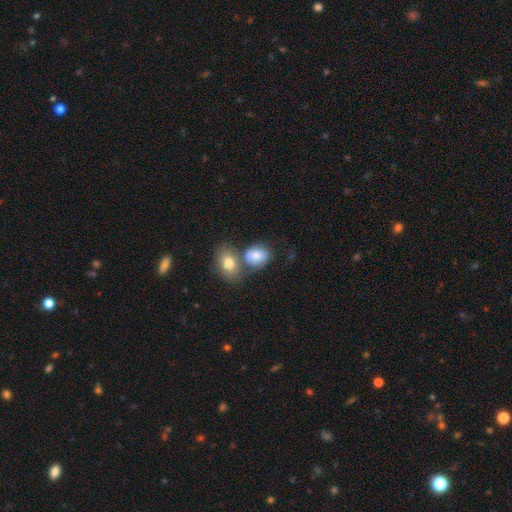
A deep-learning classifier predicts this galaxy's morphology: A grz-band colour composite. It shows a smooth galaxy with no disk features (75%) that is in between round and cigar-shaped (52%). Merging: merger (44%).